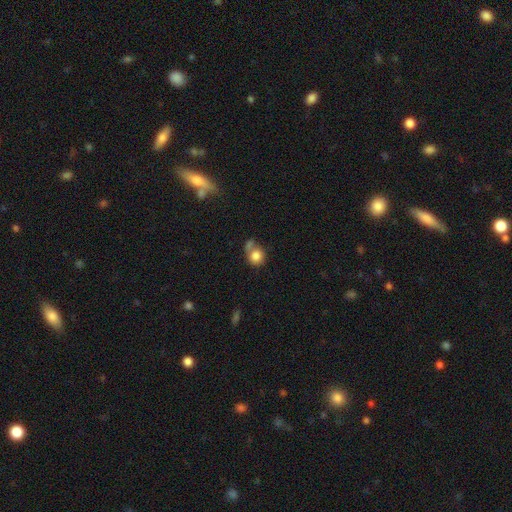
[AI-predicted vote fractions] smooth 82%, star or artifact 9%, featured or disk 9%. Down the decision tree: how rounded — round (81%); merging — none (46%).